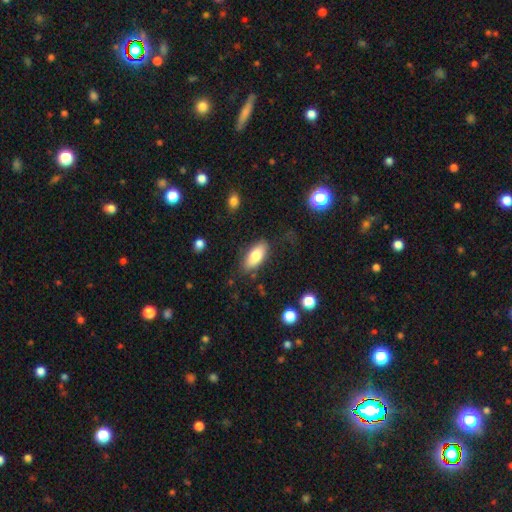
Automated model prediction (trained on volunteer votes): The model was most divided on "smooth or featured": smooth: 81%, featured or disk: 13%, star or artifact: 7%. More confident: how rounded — in between (85%); merging — none (81%).